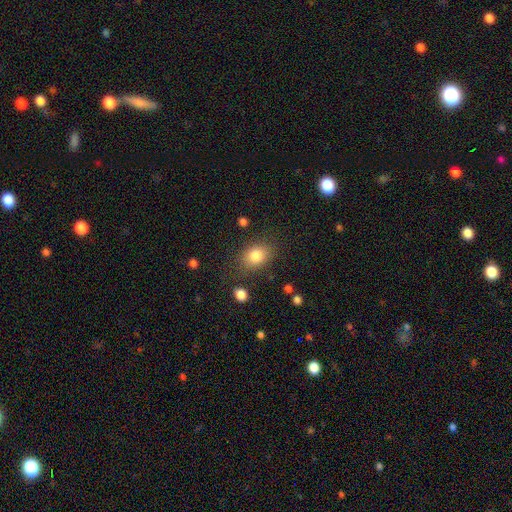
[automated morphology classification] This is clearly a smooth galaxy (81%). How rounded: likely in between (68%). Merging: likely none (77%).